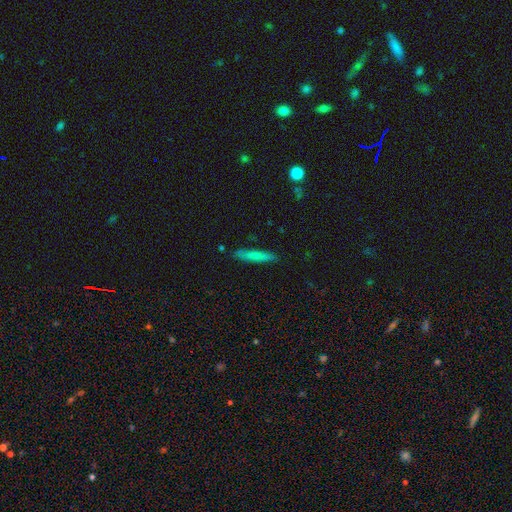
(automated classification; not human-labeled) This is likely a smooth galaxy (73%). How rounded: clearly cigar-shaped (91%). Merging: clearly none (85%).